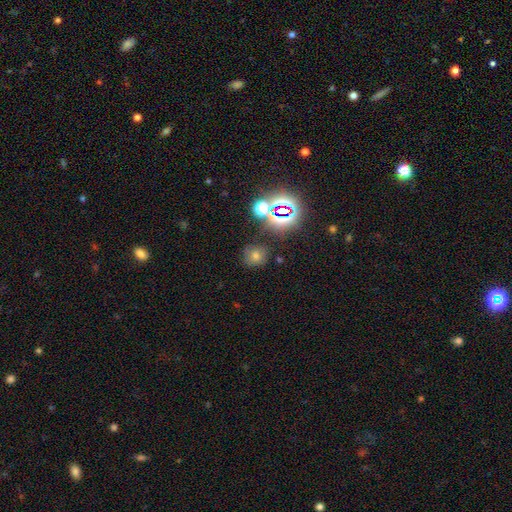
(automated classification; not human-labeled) Smooth or featured? Predicted: smooth (p=0.48). Merging? Predicted: none (p=0.78).